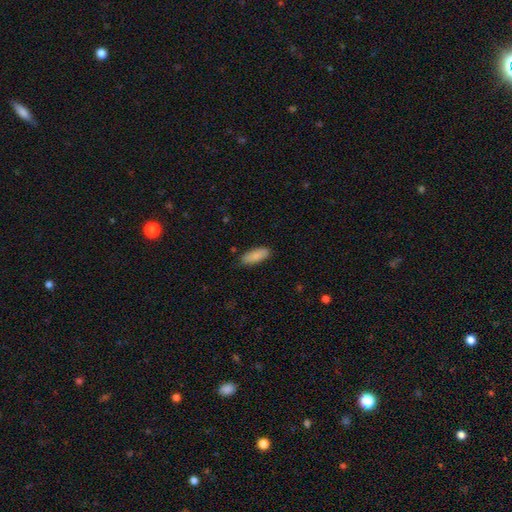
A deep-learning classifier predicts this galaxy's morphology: A smooth galaxy with no disk features (87%) that is in between round and cigar-shaped (76%).

Vote fractions:
- Smooth or featured? smooth: 87% / featured or disk: 7% / star or artifact: 6%
- How rounded? in between: 76% / cigar-shaped: 22% / round: 2%
- Merging? none: 84% / minor disturbance: 12% / major disturbance: 2% / merger: 1%